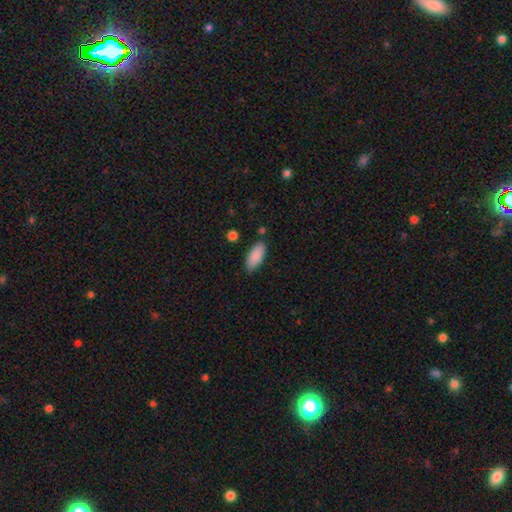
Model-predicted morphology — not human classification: Smooth or featured: smooth — 89% (star or artifact — 6%)
How rounded: in between — 85% (cigar-shaped — 13%)
Merging: none — 82% (minor disturbance — 12%)